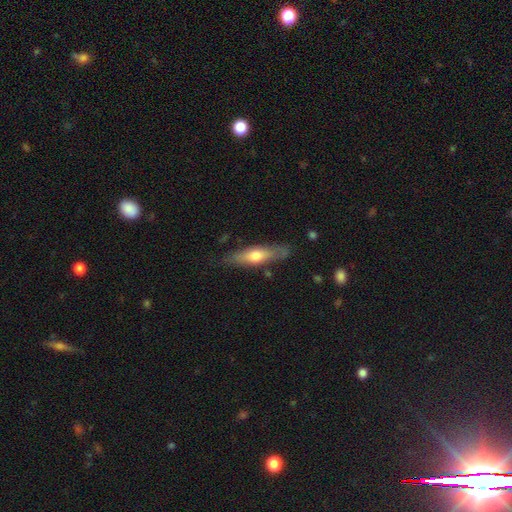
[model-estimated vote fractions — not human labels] smooth 54%, featured or disk 41%, star or artifact 5%. Down the decision tree: how rounded — cigar-shaped (64%); merging — none (78%).